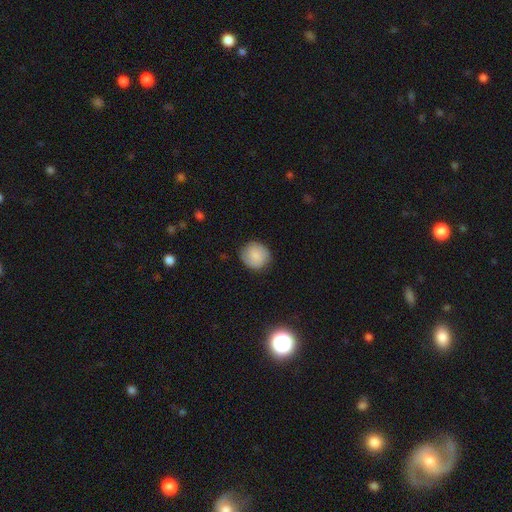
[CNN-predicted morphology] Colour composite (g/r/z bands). It shows a smooth galaxy with no disk features (76%) that is round (88%). Merging: none (85%).